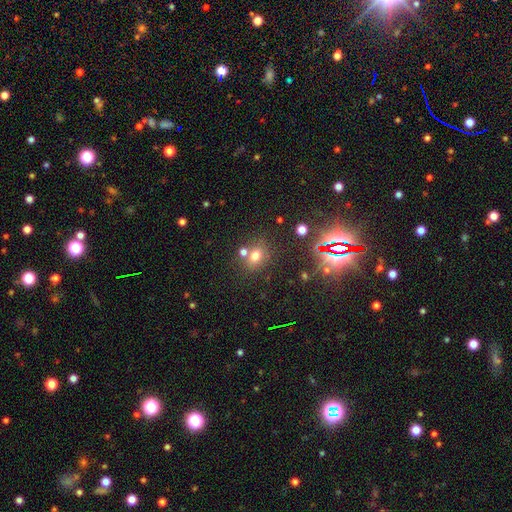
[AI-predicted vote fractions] smooth 52%, star or artifact 36%, featured or disk 12%. Down the decision tree: how rounded — round (60%); merging — none (64%).